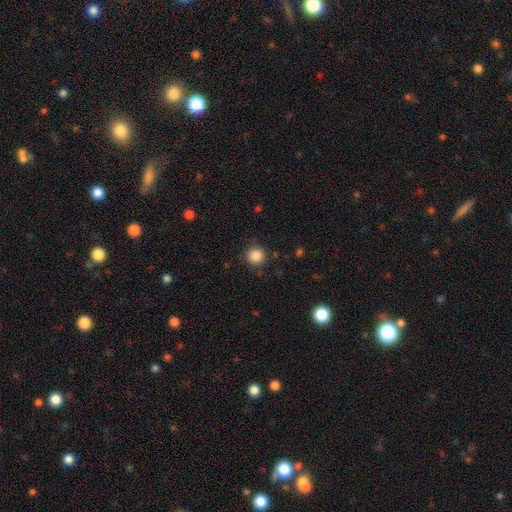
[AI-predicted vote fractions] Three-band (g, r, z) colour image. It shows a smooth galaxy with no disk features (86%) that is round (95%). Merging: none (89%).